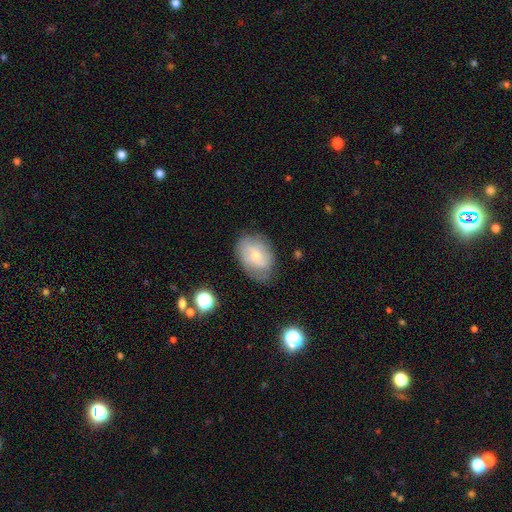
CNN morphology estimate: smooth-or-featured: featured or disk: 48% | smooth: 44% | star or artifact: 8%
  merging: none: 68% | minor disturbance: 22% | major disturbance: 7% | merger: 2%